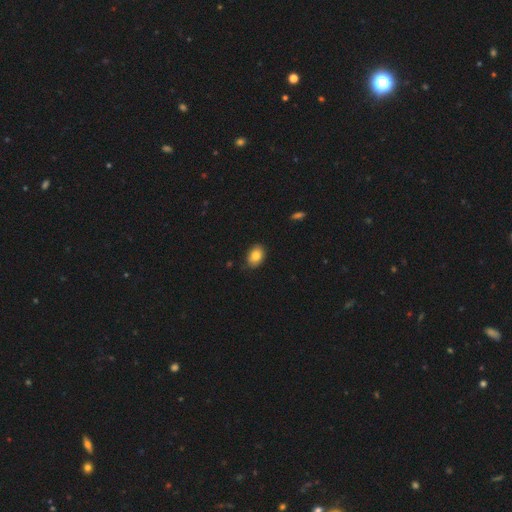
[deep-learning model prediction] Smooth or featured? smooth (83%)
How rounded? in between (75%)
Merging? none (81%)